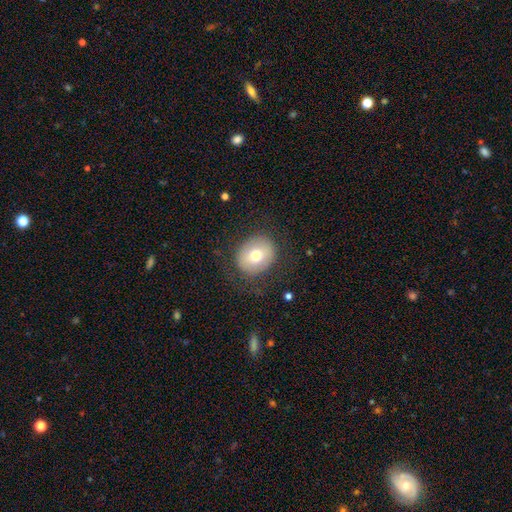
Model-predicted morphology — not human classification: Smooth or featured? Predicted: smooth (p=0.70). How rounded? Predicted: round (p=0.68). Merging? Predicted: none (p=0.79).